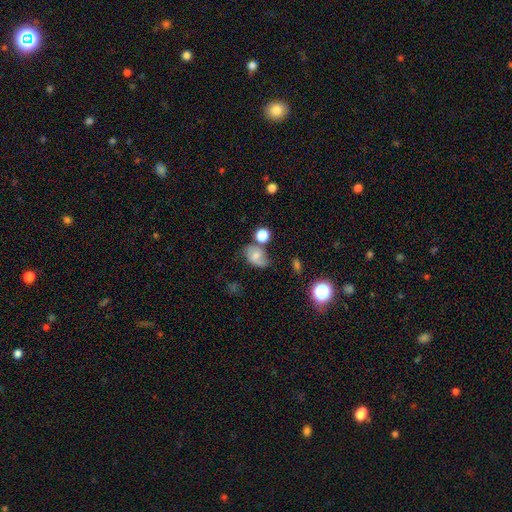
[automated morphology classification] The model was most divided on "smooth or featured": smooth: 52%, featured or disk: 36%, star or artifact: 12%. Remaining: how rounded — in between (69%); merging — none (50%).